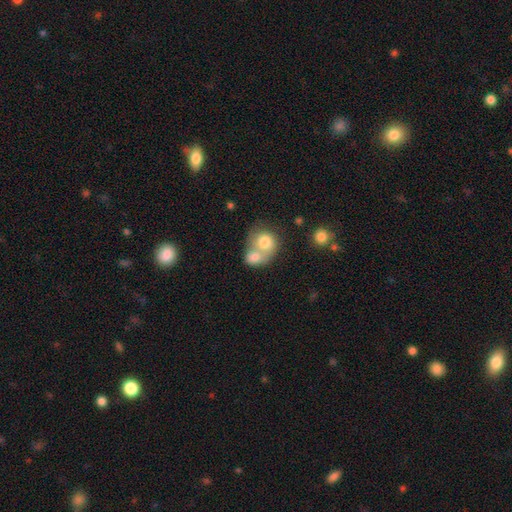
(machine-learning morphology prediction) This is likely a smooth galaxy (71%). How rounded: likely round (68%). Merging: likely merger (73%).